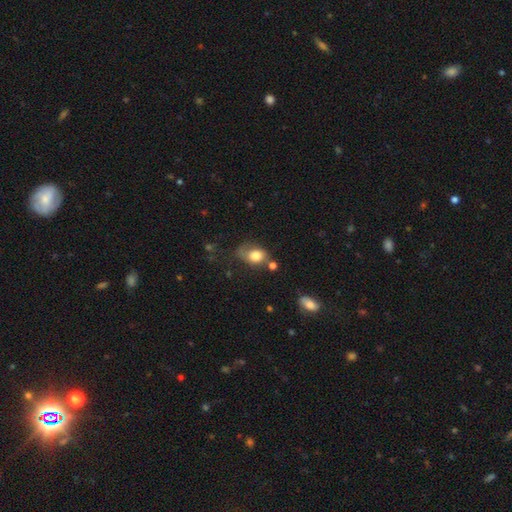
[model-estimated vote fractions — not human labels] The model was most divided on "merging": none: 42%, minor disturbance: 29%, major disturbance: 19%, merger: 10%. More confident: smooth or featured — smooth (74%); how rounded — in between (64%).